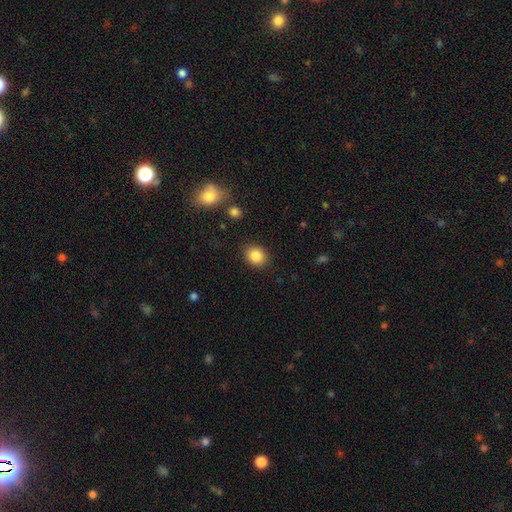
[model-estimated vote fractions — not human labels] A smooth galaxy with no disk features (86%) that is round (65%).

Vote fractions:
- Smooth or featured? smooth: 86% / star or artifact: 9% / featured or disk: 5%
- How rounded? round: 65% / in between: 34% / cigar-shaped: 1%
- Merging? none: 88% / minor disturbance: 8% / major disturbance: 3% / merger: 2%